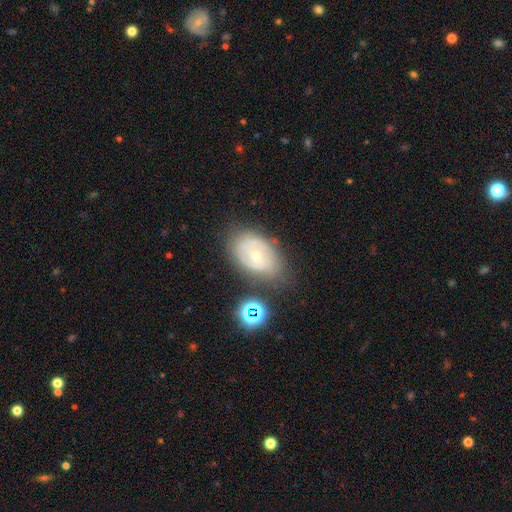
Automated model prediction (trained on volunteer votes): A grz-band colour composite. It shows a featured or disk galaxy (64%) with no bar (64%), spiral arms (69%) and a small central bulge (59%). Merging: none (63%).